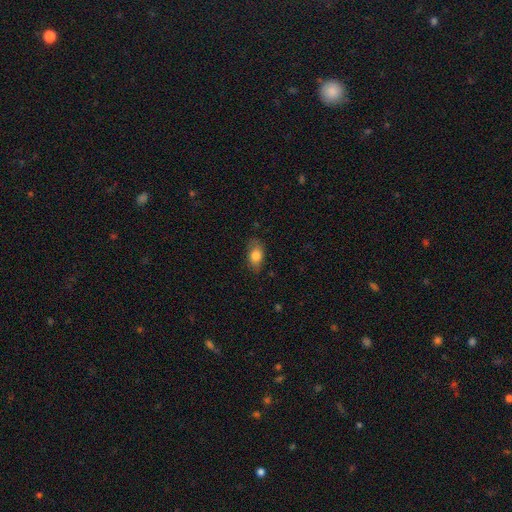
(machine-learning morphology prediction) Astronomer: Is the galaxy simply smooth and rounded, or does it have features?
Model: smooth — 80%.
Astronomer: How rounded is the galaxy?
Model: in between — 87%.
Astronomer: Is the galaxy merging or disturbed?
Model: none — 77%.